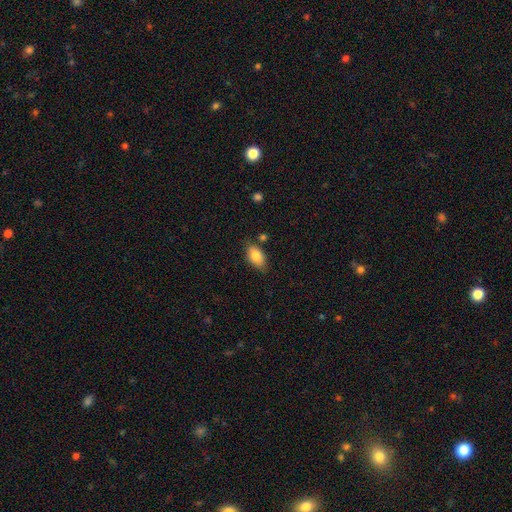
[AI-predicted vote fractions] Smooth or featured? smooth (82%)
How rounded? in between (91%)
Merging? none (77%)